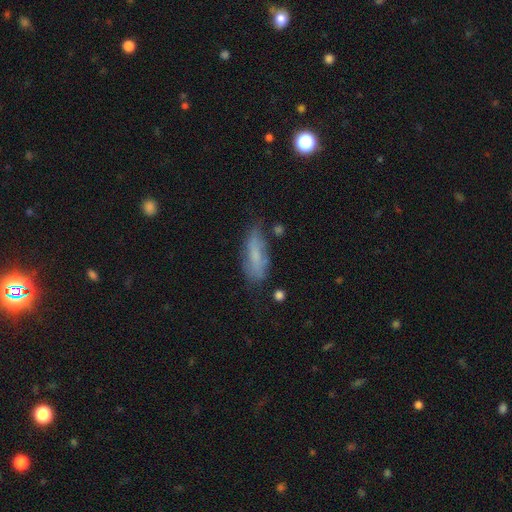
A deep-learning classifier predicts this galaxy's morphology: This is likely a smooth galaxy (64%). How rounded: possibly in between (59%). Merging: possibly none (59%).